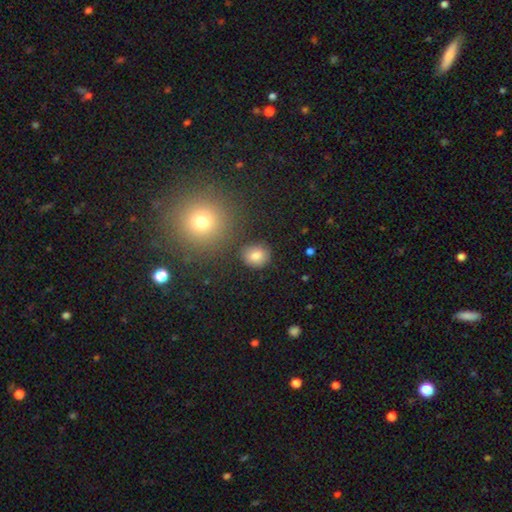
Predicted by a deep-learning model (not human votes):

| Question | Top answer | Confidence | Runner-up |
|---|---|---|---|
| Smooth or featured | smooth | 81% | star or artifact (11%) |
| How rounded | round | 71% | in between (28%) |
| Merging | none | 83% | minor disturbance (10%) |